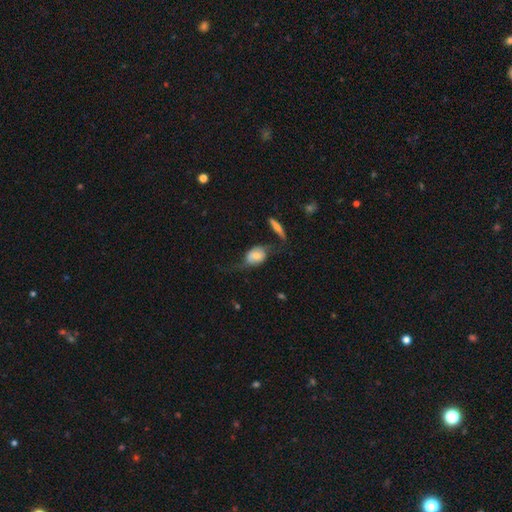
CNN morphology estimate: Overall: smooth (53%; featured or disk 39%). How rounded: in between (73%). Merging: none (36%; major disturbance 29%).